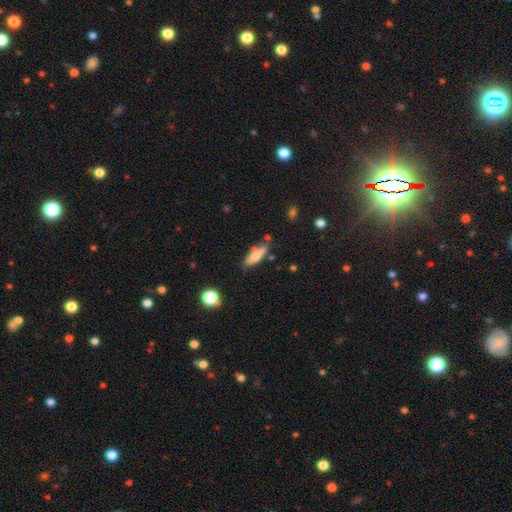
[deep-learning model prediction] smooth-or-featured: smooth: 70% | featured or disk: 23% | star or artifact: 8%
  how-rounded: cigar-shaped: 53% | in between: 45% | round: 2%
  merging: none: 63% | minor disturbance: 21% | merger: 11% | major disturbance: 5%